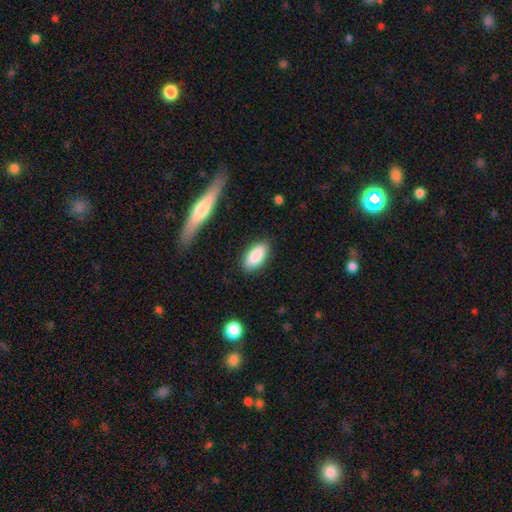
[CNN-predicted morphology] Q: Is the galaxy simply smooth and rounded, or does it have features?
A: smooth — 87%.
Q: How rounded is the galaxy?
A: in between — 90%.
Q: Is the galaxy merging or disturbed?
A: none — 85%.